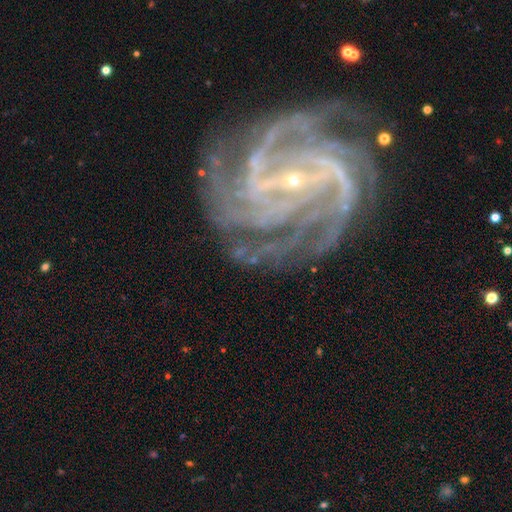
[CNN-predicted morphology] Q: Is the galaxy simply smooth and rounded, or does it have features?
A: featured or disk — 91%.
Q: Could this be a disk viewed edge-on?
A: no — 98%.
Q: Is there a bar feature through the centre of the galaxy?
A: strong — 47%.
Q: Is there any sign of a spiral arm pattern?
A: yes — 98%.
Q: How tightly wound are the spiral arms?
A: tight — 55%.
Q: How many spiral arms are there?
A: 4 — 34%.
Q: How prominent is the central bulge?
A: small — 90%.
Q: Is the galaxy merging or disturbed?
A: none — 72%.